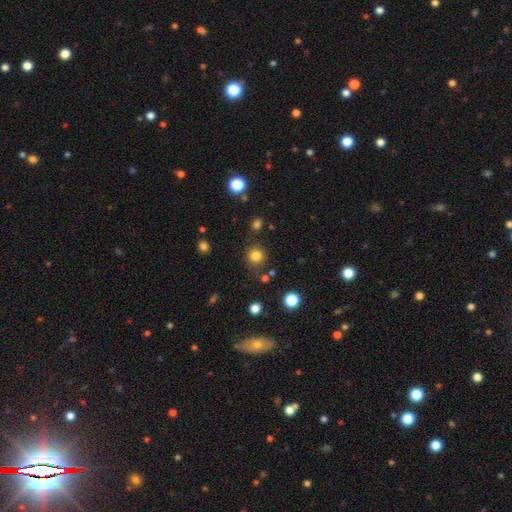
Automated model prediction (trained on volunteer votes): Smooth or featured? smooth (81%)
How rounded? round (92%)
Merging? none (82%)